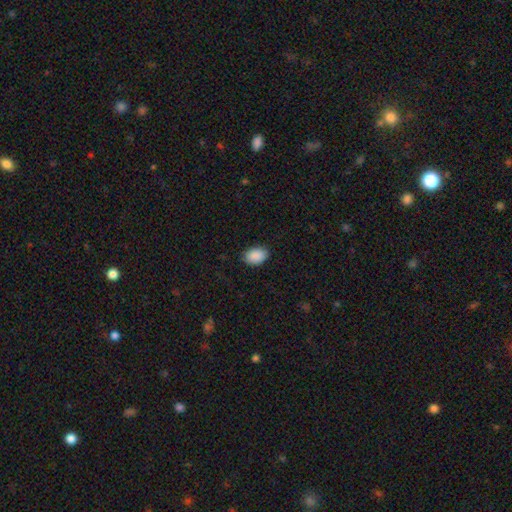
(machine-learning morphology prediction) smooth-or-featured: smooth: 90% | star or artifact: 7% | featured or disk: 3%
  how-rounded: in between: 86% | round: 13% | cigar-shaped: 1%
  merging: none: 87% | minor disturbance: 10% | major disturbance: 2% | merger: 1%